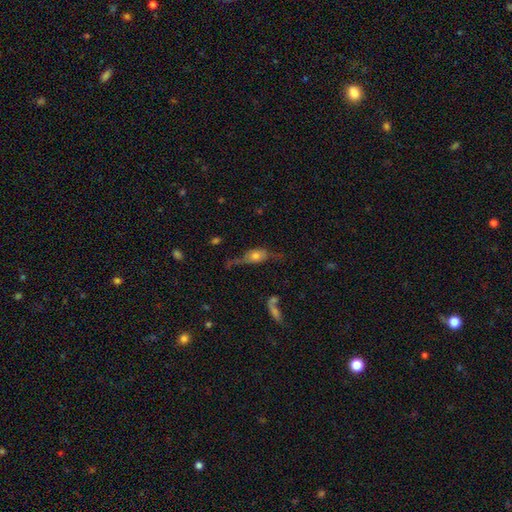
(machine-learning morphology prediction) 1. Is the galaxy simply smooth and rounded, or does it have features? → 52% smooth, 38% featured or disk, 10% star or artifact.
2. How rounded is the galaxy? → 75% in between, 16% cigar-shaped, 9% round.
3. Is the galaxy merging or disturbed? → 39% none, 28% minor disturbance, 26% major disturbance, 8% merger.